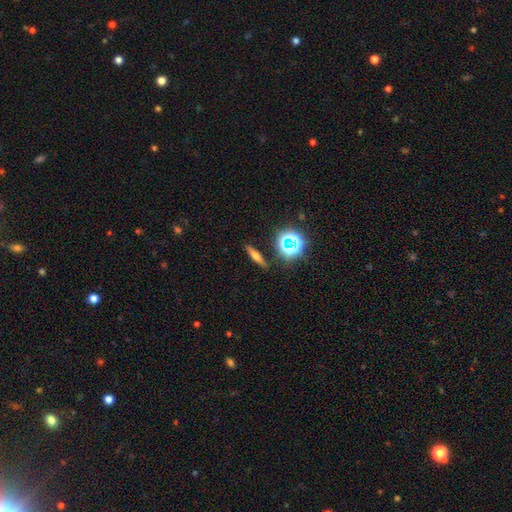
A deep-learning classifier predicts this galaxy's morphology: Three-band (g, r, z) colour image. It shows a smooth galaxy with no disk features (45%). Merging: none (87%).